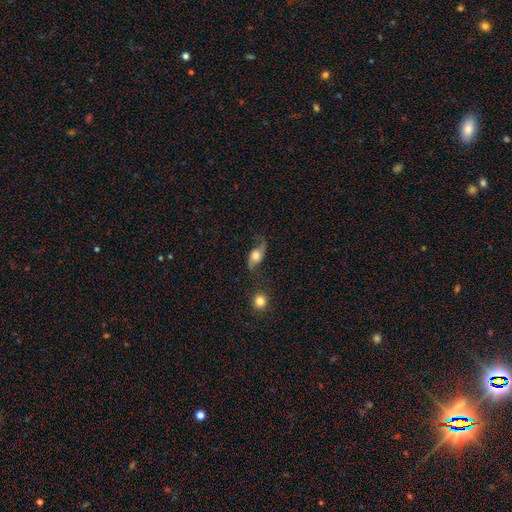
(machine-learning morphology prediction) A featured or disk galaxy (68%) with no bar (72%), 2 (91%) loose (85%) spiral arms (91%) and a moderate central bulge (51%).

Vote fractions:
- Smooth or featured? featured or disk: 68% / smooth: 24% / star or artifact: 8%
- Edge-on disk? no: 91% / yes: 9%
- Bar? no: 72% / weak: 22% / strong: 6%
- Spiral arms? yes: 91% / no: 9%
- Spiral winding? loose: 85% / medium: 12% / tight: 4%
- Spiral arm count? 2: 91% / 1: 4% / can't tell: 2% / 3: 1% / 4: 1% / more than 4: 1%
- Bulge size? moderate: 51% / large: 33% / small: 10% / dominant: 5% / none: 2%
- Merging? none: 60% / minor disturbance: 21% / major disturbance: 15% / merger: 4%